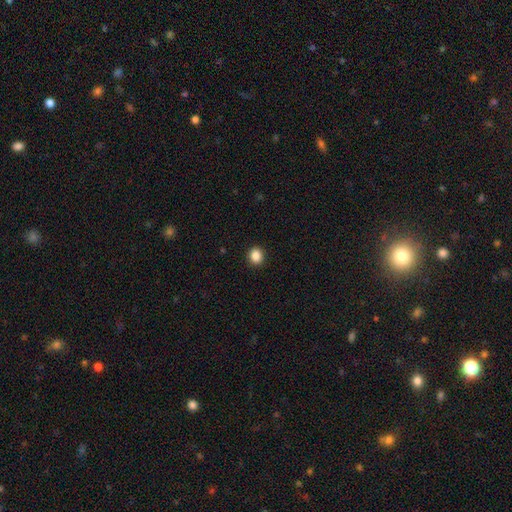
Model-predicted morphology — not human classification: Smooth or featured? Predicted: smooth (p=0.87). How rounded? Predicted: round (p=0.77). Merging? Predicted: none (p=0.92).